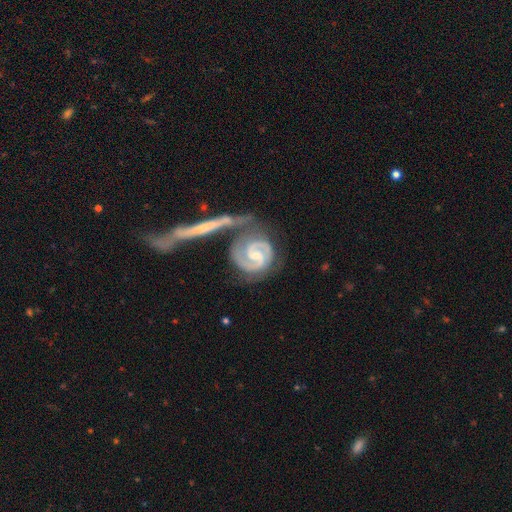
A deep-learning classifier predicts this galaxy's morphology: This is clearly a featured or disk galaxy (92%). It is clearly not viewed edge-on (97%). Bar: marginally weak (42%). Spiral arm pattern: clearly yes (98%). Spiral arm count: clearly 2 (90%). Spiral winding: possibly tight (53%). Central bulge: possibly small (57%). Merging: marginally none (44%).